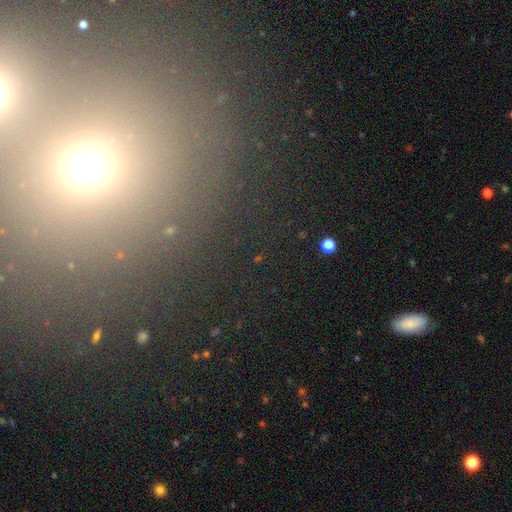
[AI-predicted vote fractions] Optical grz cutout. It shows a star or artifact, not a galaxy (48%).